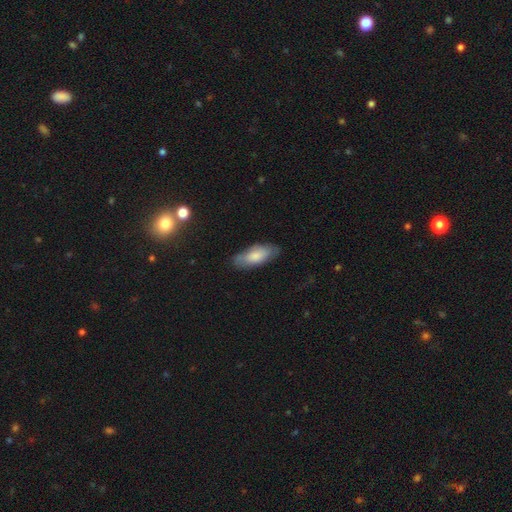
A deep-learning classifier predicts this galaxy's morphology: This appears to be a smooth galaxy with no disk features (77%) that is in between round and cigar-shaped (81%). Merging: none (77%).